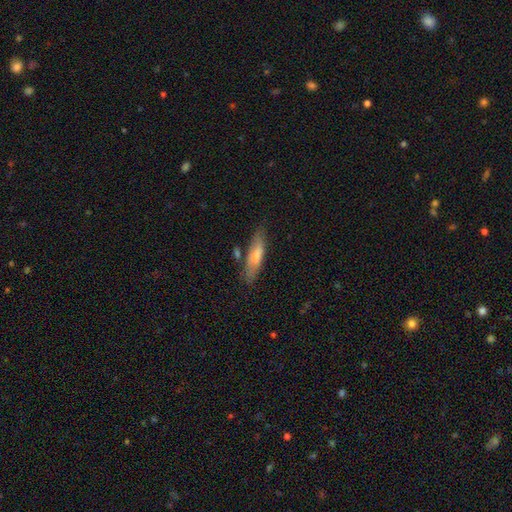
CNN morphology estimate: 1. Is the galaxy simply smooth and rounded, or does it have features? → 58% smooth, 35% featured or disk, 7% star or artifact.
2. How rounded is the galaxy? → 67% cigar-shaped, 31% in between, 2% round.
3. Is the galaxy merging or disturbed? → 77% none, 15% minor disturbance, 5% merger, 3% major disturbance.